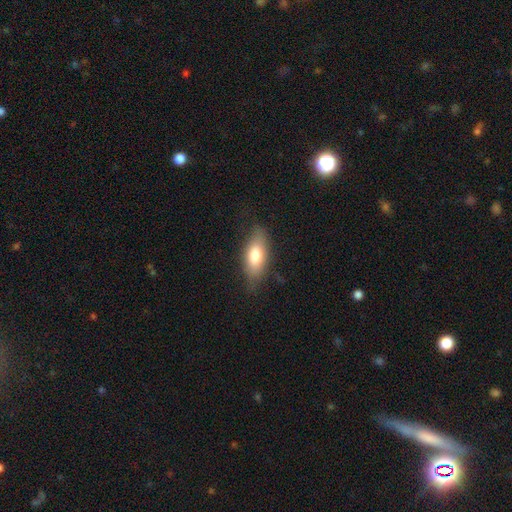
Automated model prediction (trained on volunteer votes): smooth 74%, featured or disk 19%, star or artifact 7%. Down the decision tree: how rounded — in between (83%); merging — none (74%).